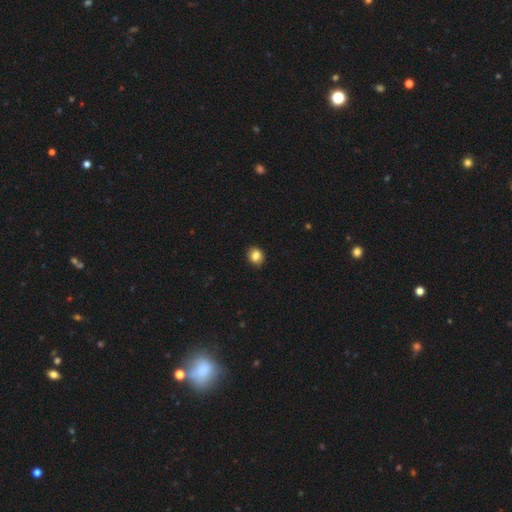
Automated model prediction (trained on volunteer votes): Q: Smooth or featured?
A: smooth (83%); runner-up: star or artifact (10%)
Q: How rounded?
A: round (68%); runner-up: in between (31%)
Q: Merging?
A: none (86%); runner-up: minor disturbance (11%)